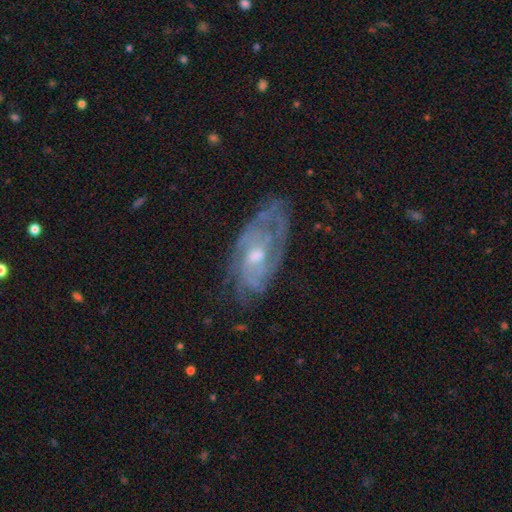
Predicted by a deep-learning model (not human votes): A featured or disk galaxy (80%) with no bar (67%), tight (58%) spiral arms (87%) and a moderate central bulge (60%). Merging: none (66%).